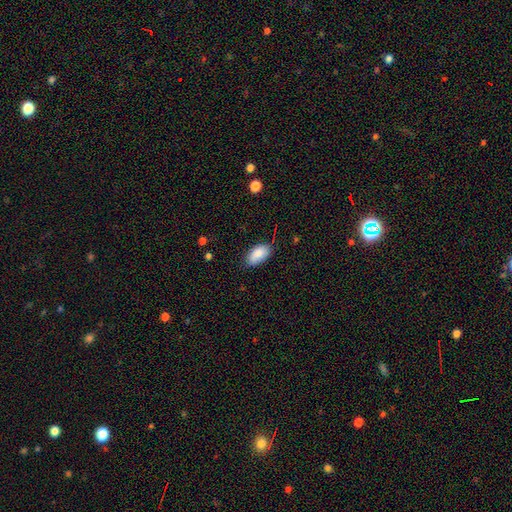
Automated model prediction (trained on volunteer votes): Q: Smooth or featured?
A: smooth (86%); runner-up: featured or disk (8%)
Q: How rounded?
A: in between (95%); runner-up: round (3%)
Q: Merging?
A: none (75%); runner-up: minor disturbance (20%)